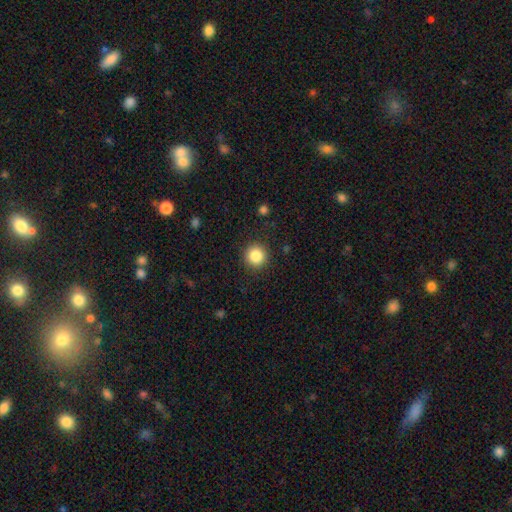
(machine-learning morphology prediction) A smooth galaxy with no disk features (85%) that is round (94%).

Vote fractions:
- Smooth or featured? smooth: 85% / star or artifact: 10% / featured or disk: 5%
- How rounded? round: 94% / in between: 5% / cigar-shaped: 1%
- Merging? none: 90% / minor disturbance: 6% / major disturbance: 2% / merger: 1%